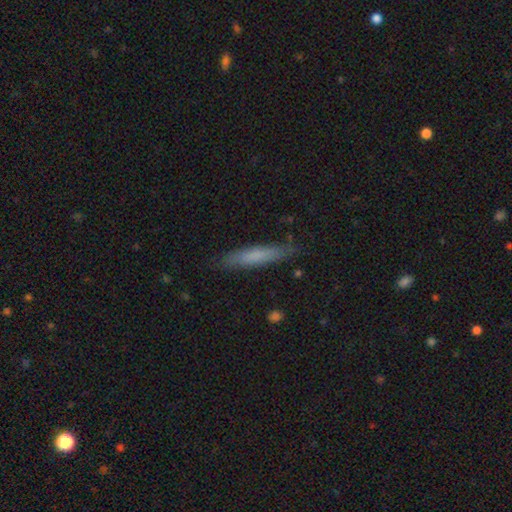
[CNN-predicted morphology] Smooth or featured? Predicted: smooth (p=0.69). How rounded? Predicted: cigar-shaped (p=0.90). Merging? Predicted: none (p=0.84).